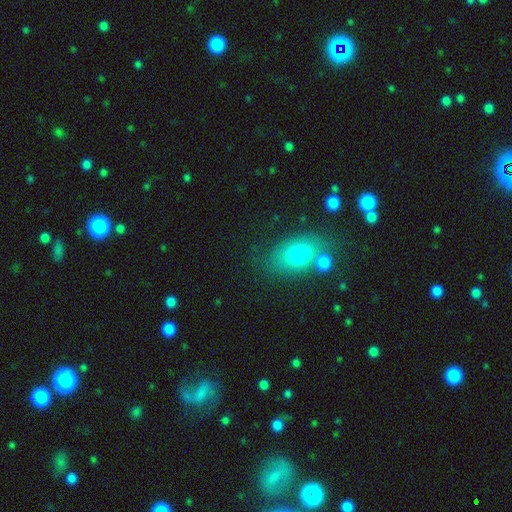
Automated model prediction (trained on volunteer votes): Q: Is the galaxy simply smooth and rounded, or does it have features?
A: smooth — 58%.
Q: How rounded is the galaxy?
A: in between — 67%.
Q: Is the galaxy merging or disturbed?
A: none — 74%.